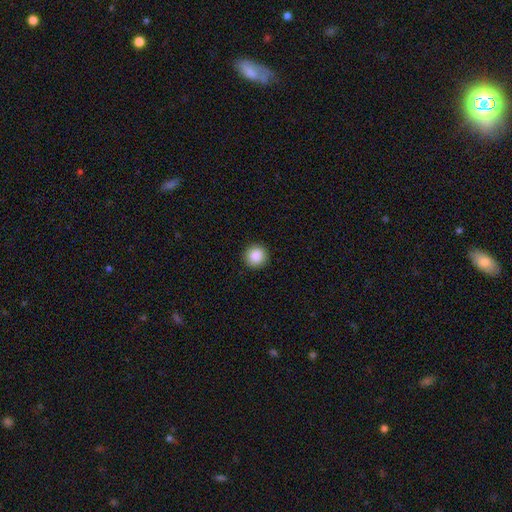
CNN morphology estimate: Overall: smooth (88%). How rounded: round (95%). Merging: none (92%).